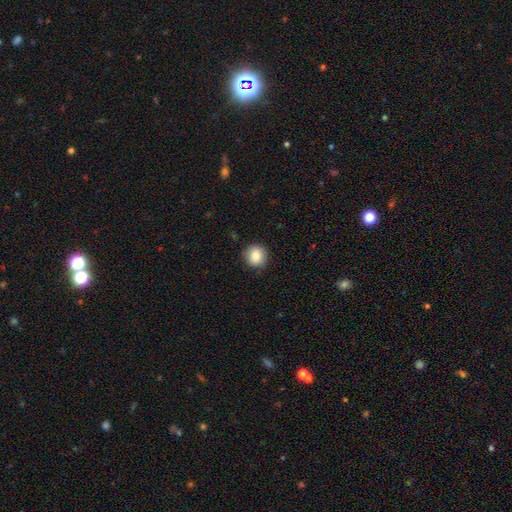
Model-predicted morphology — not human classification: Overall: smooth (85%). How rounded: round (88%). Merging: none (87%).